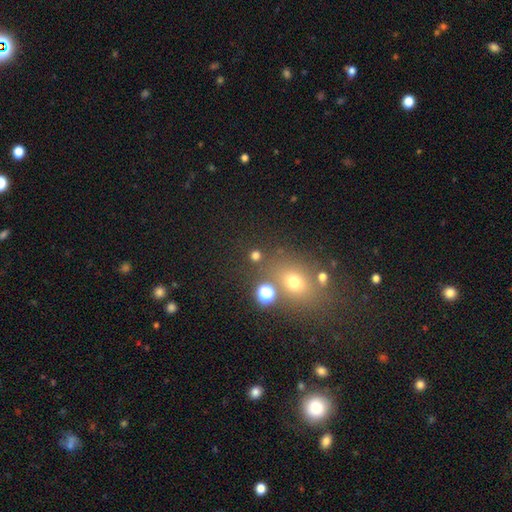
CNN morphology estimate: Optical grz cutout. It shows a smooth galaxy with no disk features (67%) that is round (86%). Merging: none (78%).